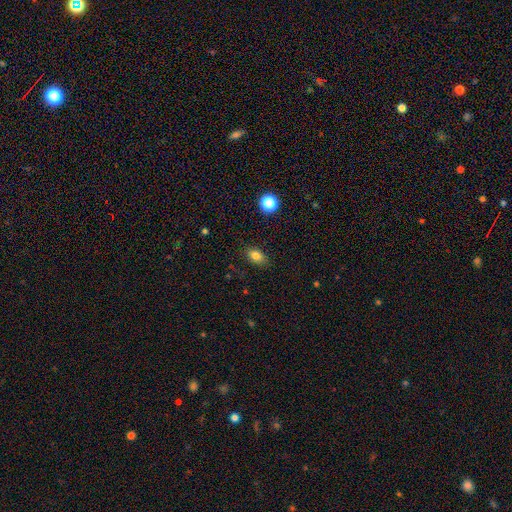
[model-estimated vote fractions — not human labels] Overall: smooth (81%). How rounded: in between (83%). Merging: none (85%).